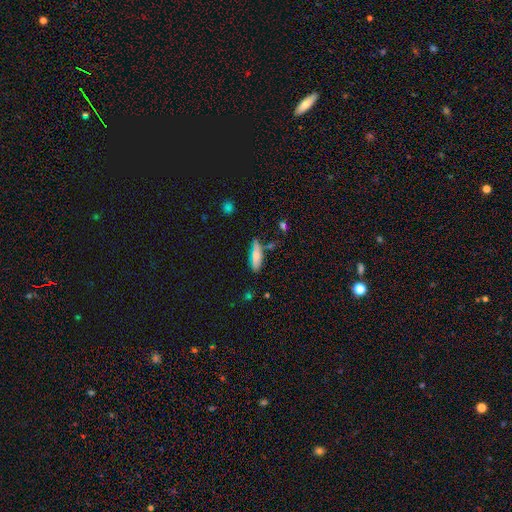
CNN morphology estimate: Smooth or featured?
  - smooth: 70% *
  - featured or disk: 23%
  - star or artifact: 8%
How rounded?
  - cigar-shaped: 54% *
  - in between: 44%
  - round: 2%
Merging?
  - none: 71% *
  - minor disturbance: 19%
  - merger: 6%
  - major disturbance: 4%